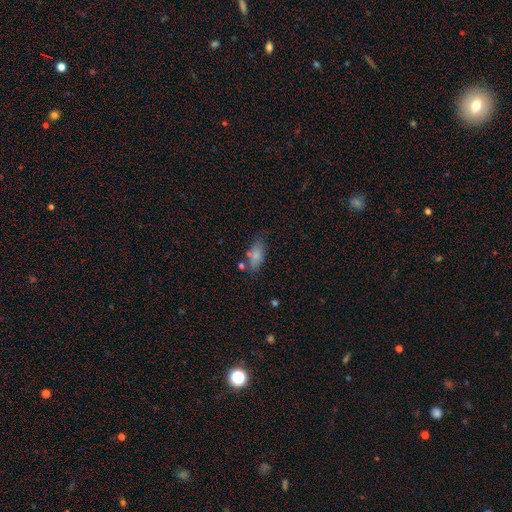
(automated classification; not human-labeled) A smooth galaxy with no disk features (79%) that is in between round and cigar-shaped (85%). Merging: none (63%).